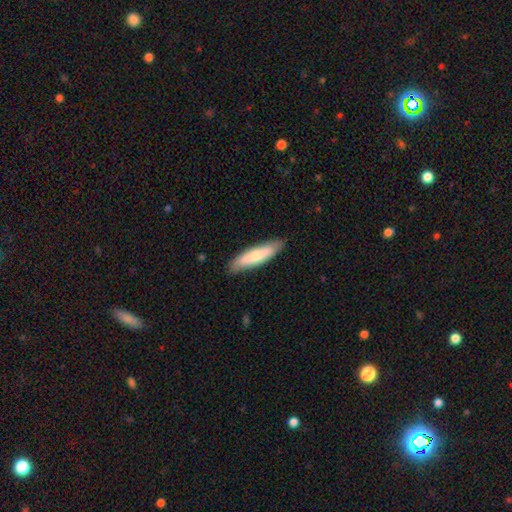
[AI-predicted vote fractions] Smooth or featured? smooth (70%)
How rounded? cigar-shaped (74%)
Merging? none (86%)